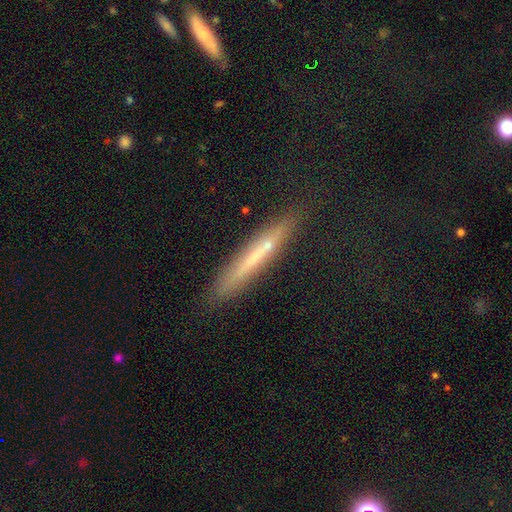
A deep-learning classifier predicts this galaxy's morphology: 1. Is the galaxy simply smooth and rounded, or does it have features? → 43% smooth (tied), 43% featured or disk (tied), 14% star or artifact.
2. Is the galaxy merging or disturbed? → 85% none, 11% minor disturbance, 3% major disturbance, 2% merger.